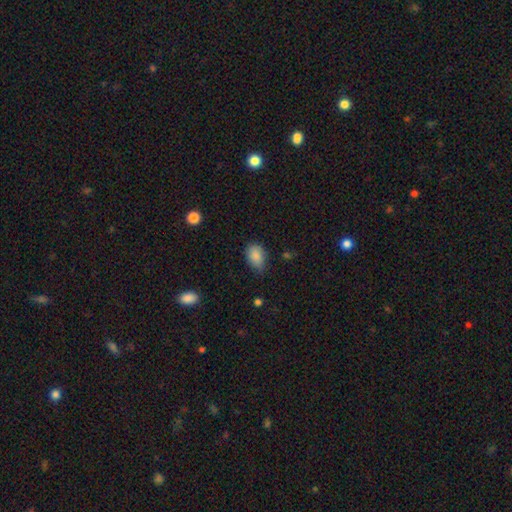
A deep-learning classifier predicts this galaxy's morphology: smooth-or-featured: smooth: 87% | star or artifact: 8% | featured or disk: 5%
  how-rounded: in between: 79% | round: 20% | cigar-shaped: 1%
  merging: none: 59% | minor disturbance: 33% | major disturbance: 6% | merger: 2%